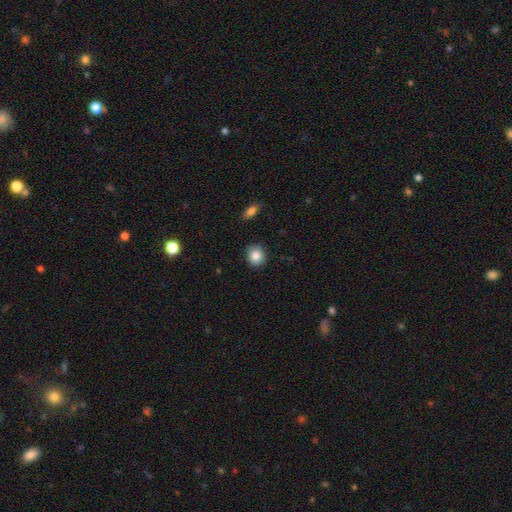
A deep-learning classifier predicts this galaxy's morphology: Smooth or featured? Predicted: smooth (p=0.85). How rounded? Predicted: round (p=0.79). Merging? Predicted: none (p=0.89).